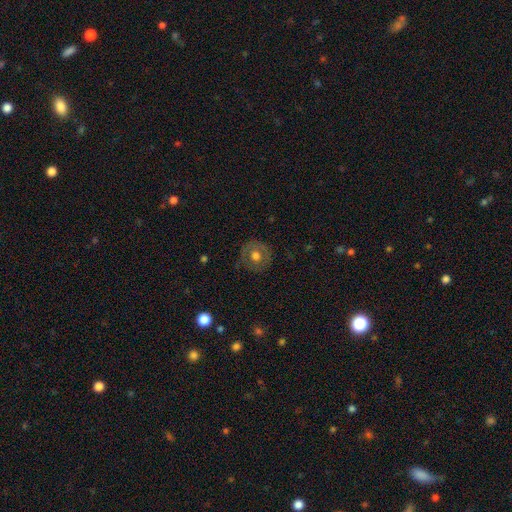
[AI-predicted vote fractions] Smooth or featured: smooth — 54% (featured or disk — 37%)
How rounded: round — 91% (in between — 8%)
Merging: none — 79% (minor disturbance — 14%)